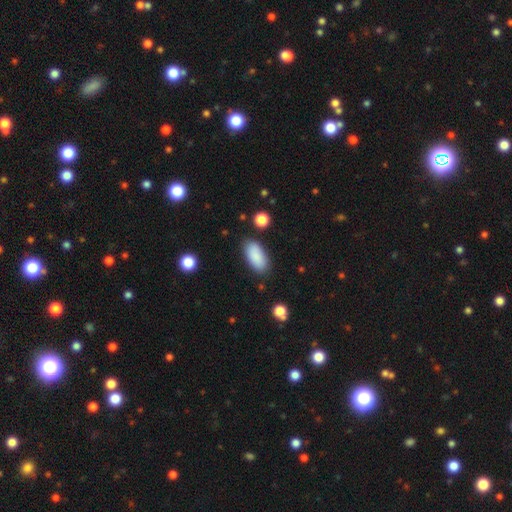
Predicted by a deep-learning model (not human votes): Q: Smooth or featured?
A: smooth (89%); runner-up: star or artifact (7%)
Q: How rounded?
A: in between (90%); runner-up: cigar-shaped (8%)
Q: Merging?
A: none (84%); runner-up: minor disturbance (11%)